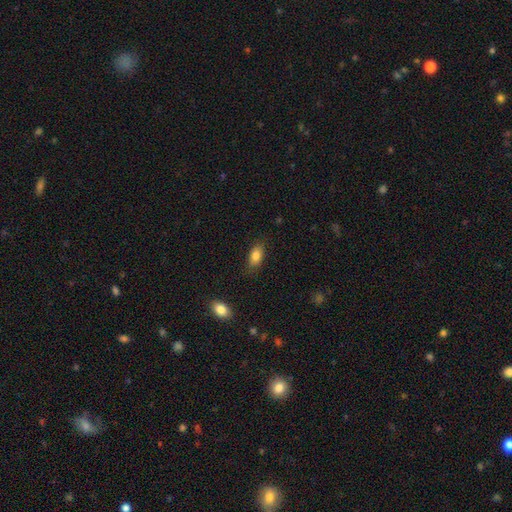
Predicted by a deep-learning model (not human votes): smooth-or-featured: smooth: 83% | featured or disk: 9% | star or artifact: 8%
  how-rounded: in between: 88% | cigar-shaped: 7% | round: 6%
  merging: none: 82% | minor disturbance: 14% | major disturbance: 3% | merger: 1%